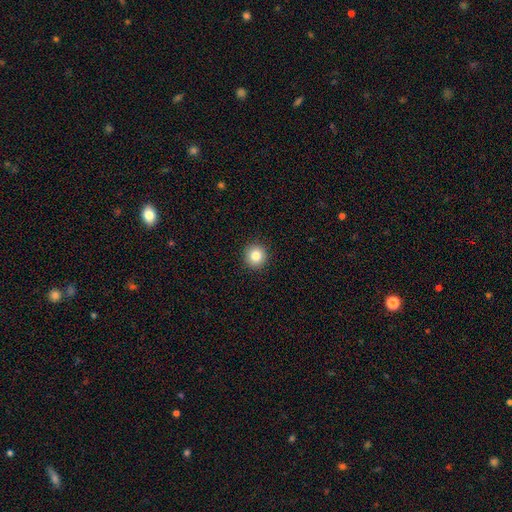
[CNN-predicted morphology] type=smooth (83%); roundness=round (94%); merging=none (93%).